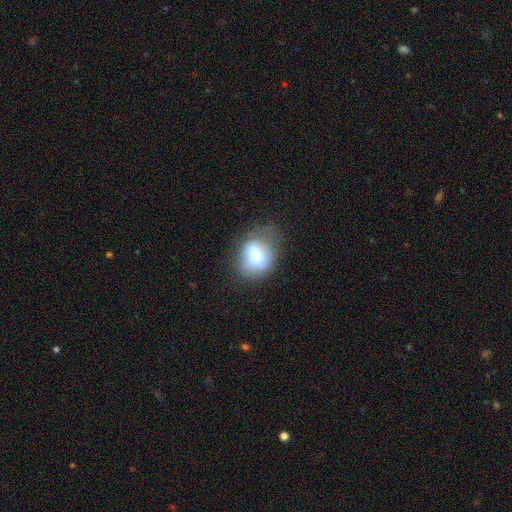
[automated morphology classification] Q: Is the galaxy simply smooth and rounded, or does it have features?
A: smooth — 71%.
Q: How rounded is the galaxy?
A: in between — 55%.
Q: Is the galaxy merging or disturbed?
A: none — 48%.